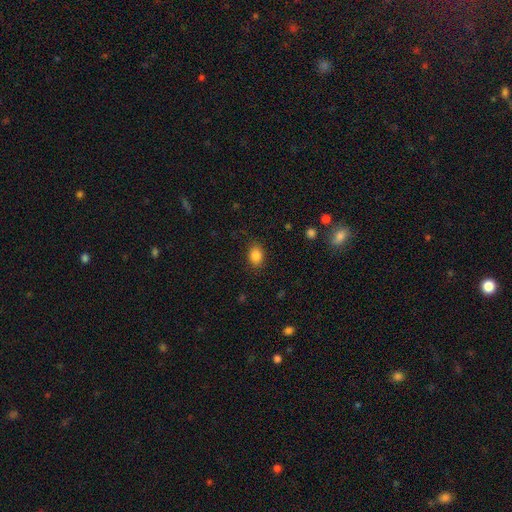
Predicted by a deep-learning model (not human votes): The model was most divided on "how rounded": in between: 67%, round: 32%, cigar-shaped: 1%. More confident: merging — none (85%); smooth or featured — smooth (85%).